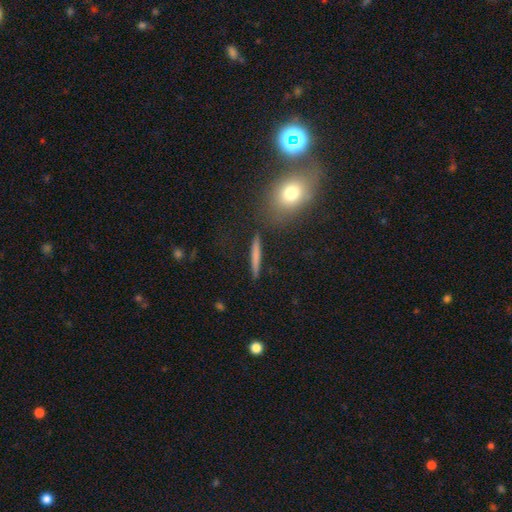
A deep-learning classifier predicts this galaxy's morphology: Smooth or featured? smooth (65%)
How rounded? cigar-shaped (92%)
Merging? none (87%)